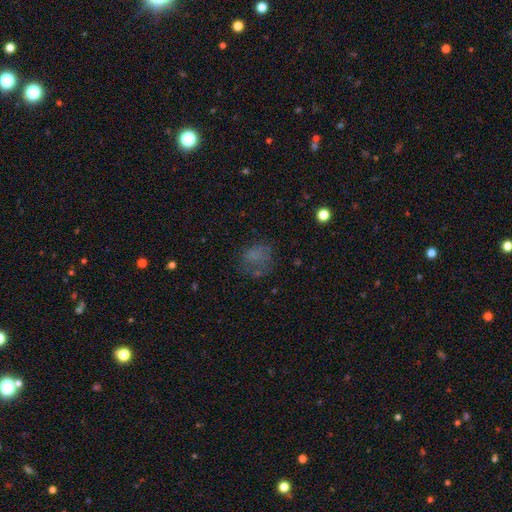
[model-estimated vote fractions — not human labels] Smooth or featured?
  - smooth: 60% *
  - star or artifact: 20%
  - featured or disk: 20%
How rounded?
  - round: 58% *
  - in between: 41%
  - cigar-shaped: 1%
Merging?
  - none: 53% *
  - minor disturbance: 22%
  - major disturbance: 21%
  - merger: 4%